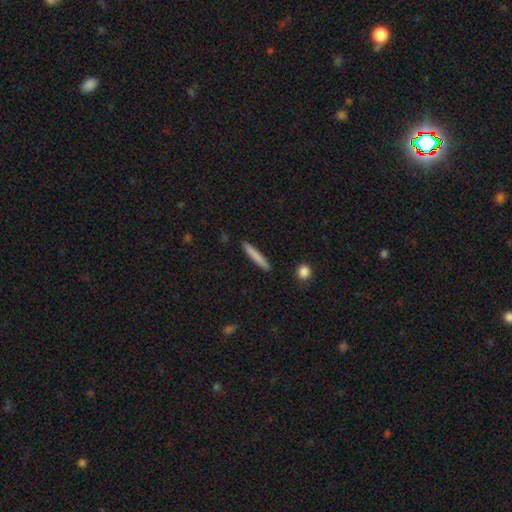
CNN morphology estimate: type=smooth (79%); roundness=cigar-shaped (95%); merging=none (90%).